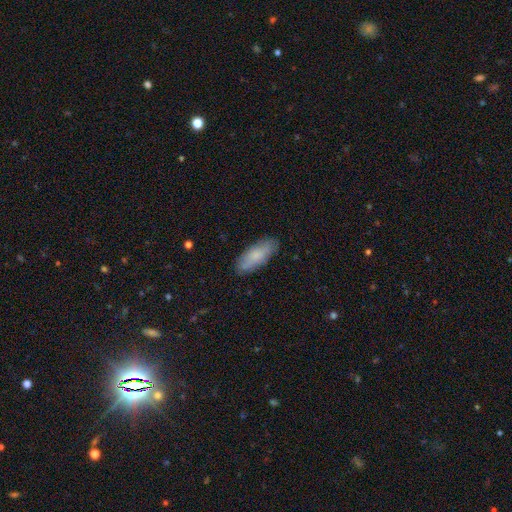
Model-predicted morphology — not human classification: A smooth galaxy with no disk features (76%) that is in between round and cigar-shaped (71%).

Vote fractions:
- Smooth or featured? smooth: 76% / featured or disk: 17% / star or artifact: 6%
- How rounded? in between: 71% / cigar-shaped: 27% / round: 2%
- Merging? none: 83% / minor disturbance: 13% / major disturbance: 3% / merger: 1%